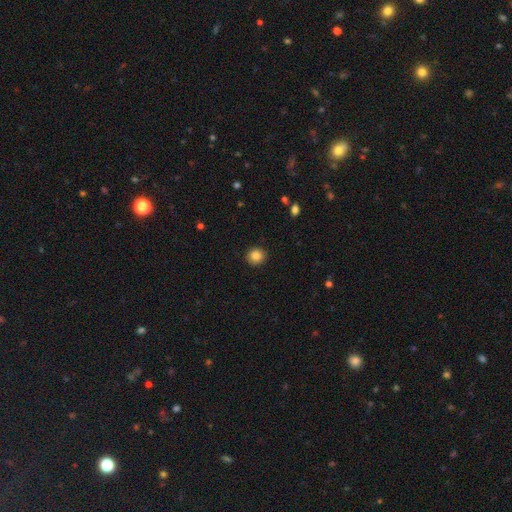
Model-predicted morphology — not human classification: smooth_or_featured: smooth (p=0.86) [alt: star or artifact p=0.10]
how_rounded: round (p=0.91) [alt: in between p=0.08]
merging: none (p=0.92) [alt: minor disturbance p=0.05]